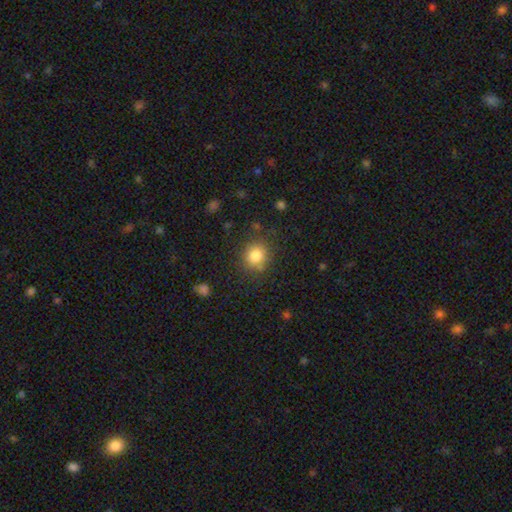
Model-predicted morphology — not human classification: Smooth or featured?
  - smooth: 82% *
  - star or artifact: 11%
  - featured or disk: 7%
How rounded?
  - round: 84% *
  - in between: 16%
  - cigar-shaped: 1%
Merging?
  - none: 80% *
  - minor disturbance: 12%
  - major disturbance: 4%
  - merger: 3%